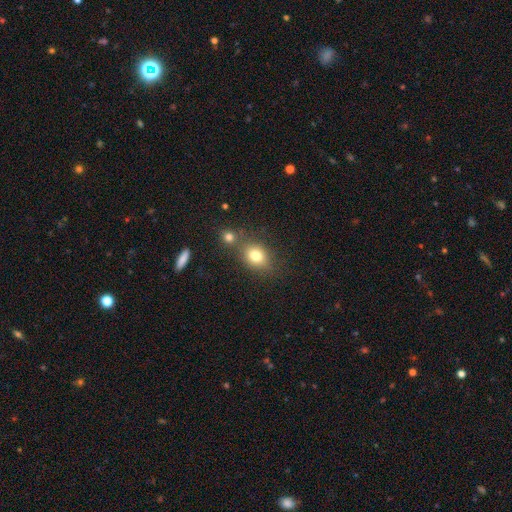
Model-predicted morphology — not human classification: smooth 78%, star or artifact 12%, featured or disk 10%. Down the decision tree: how rounded — in between (52%); merging — none (61%).